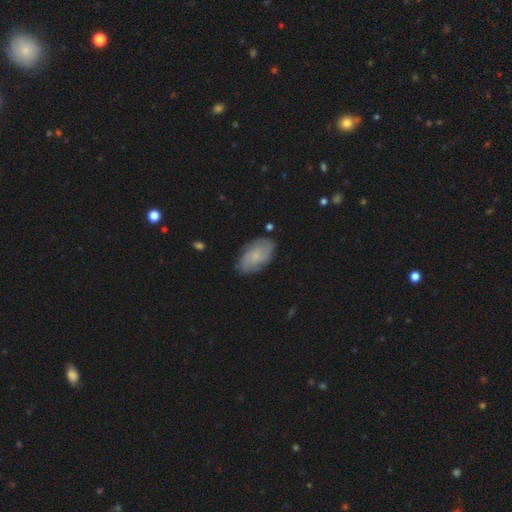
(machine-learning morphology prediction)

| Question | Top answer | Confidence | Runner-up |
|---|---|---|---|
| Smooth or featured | featured or disk | 56% | smooth (37%) |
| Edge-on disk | no | 96% | yes (4%) |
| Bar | no | 74% | weak (23%) |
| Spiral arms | yes | 87% | no (13%) |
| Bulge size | small | 75% | moderate (14%) |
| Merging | none | 79% | minor disturbance (16%) |